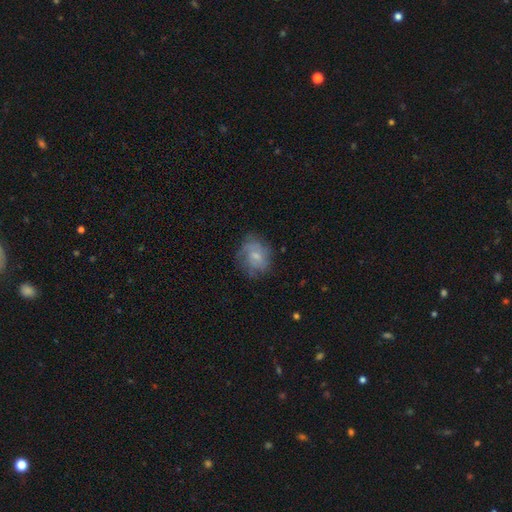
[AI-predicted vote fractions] Smooth or featured: featured or disk — 46% (smooth — 45%)
Merging: none — 63% (minor disturbance — 23%)